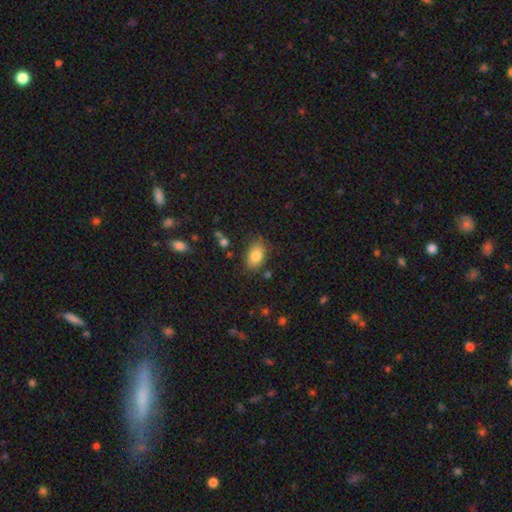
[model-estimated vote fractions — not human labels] Morphology: type=smooth (83%); roundness=in between (87%); merging=none (80%).